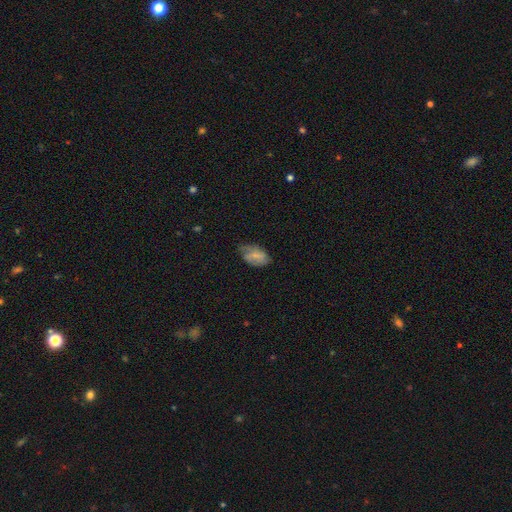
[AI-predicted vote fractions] smooth 57%, featured or disk 35%, star or artifact 8%. Down the decision tree: how rounded — in between (90%); merging — none (51%).